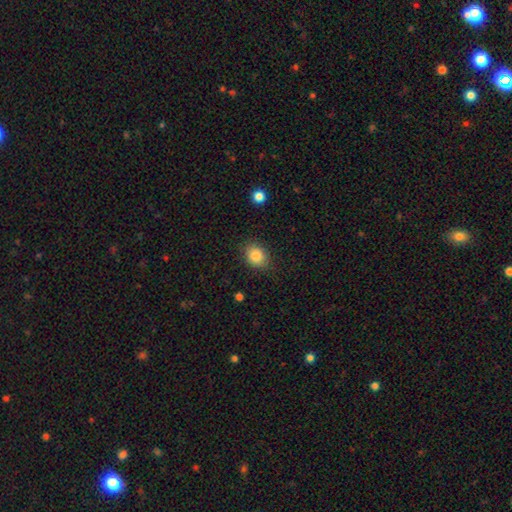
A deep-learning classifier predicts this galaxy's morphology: A smooth galaxy with no disk features (85%) that is in between round and cigar-shaped (55%). Merging: none (83%).